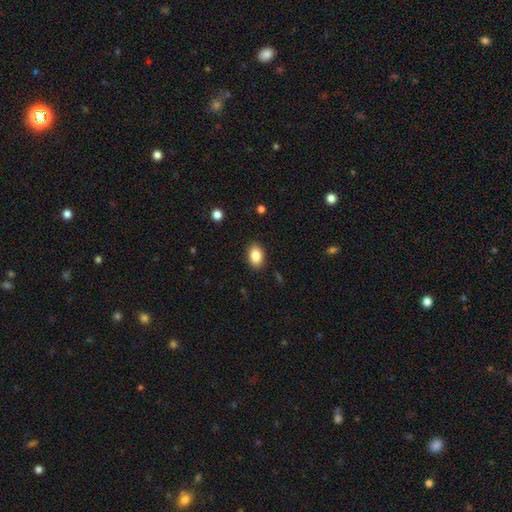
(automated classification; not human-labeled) Smooth or featured? smooth (87%)
How rounded? in between (83%)
Merging? none (89%)